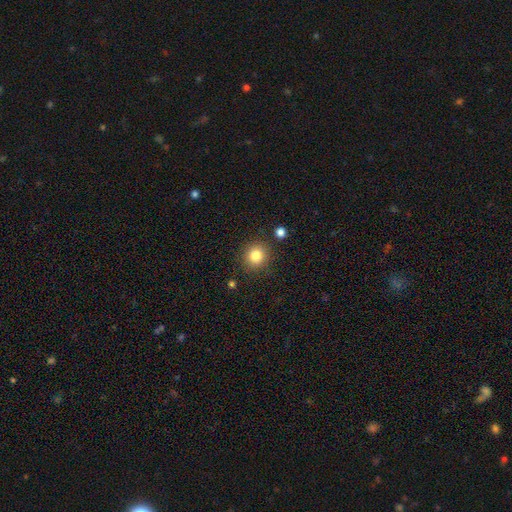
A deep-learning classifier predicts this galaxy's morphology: A smooth galaxy with no disk features (83%) that is round (89%).

Vote fractions:
- Smooth or featured? smooth: 83% / star or artifact: 11% / featured or disk: 6%
- How rounded? round: 89% / in between: 10% / cigar-shaped: 1%
- Merging? none: 87% / minor disturbance: 8% / merger: 3% / major disturbance: 3%